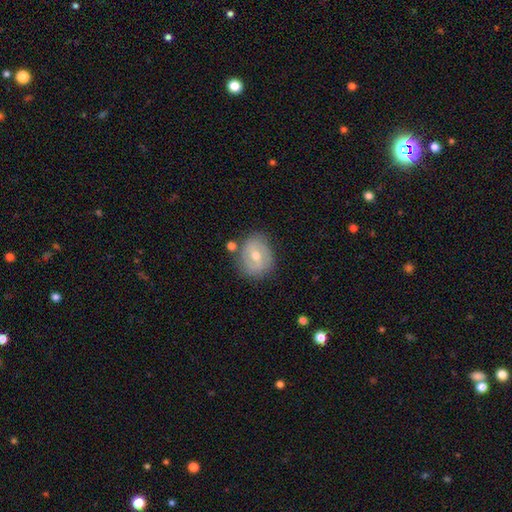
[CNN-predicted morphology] type=featured or disk (59%); edge-on=no (96%); bar=weak (48%); spiral arms=yes (70%); bulge=moderate (64%); merging=none (77%).